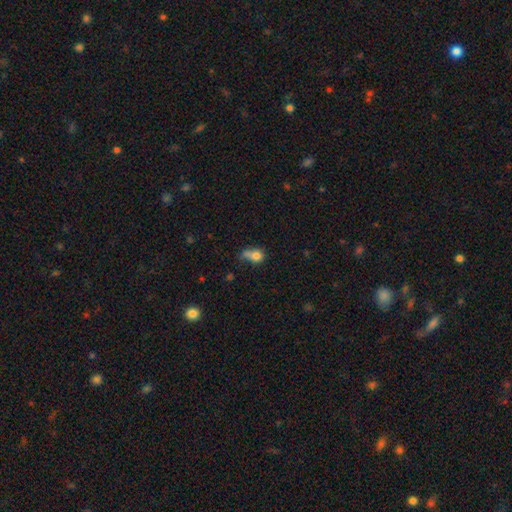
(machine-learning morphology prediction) Smooth or featured?
  - smooth: 76% *
  - featured or disk: 13%
  - star or artifact: 11%
How rounded?
  - round: 49% *
  - in between: 48%
  - cigar-shaped: 3%
Merging?
  - none: 29% *
  - merger: 25%
  - minor disturbance: 24%
  - major disturbance: 22%